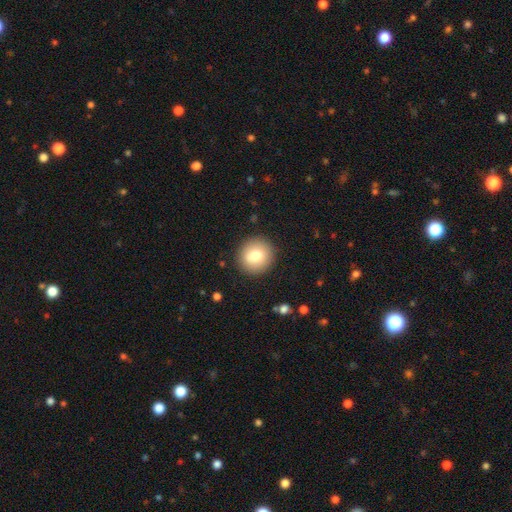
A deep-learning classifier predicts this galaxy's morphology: A smooth galaxy with no disk features (78%) that is round (93%).

Vote fractions:
- Smooth or featured? smooth: 78% / featured or disk: 13% / star or artifact: 9%
- How rounded? round: 93% / in between: 6% / cigar-shaped: 1%
- Merging? none: 91% / minor disturbance: 6% / major disturbance: 2% / merger: 1%